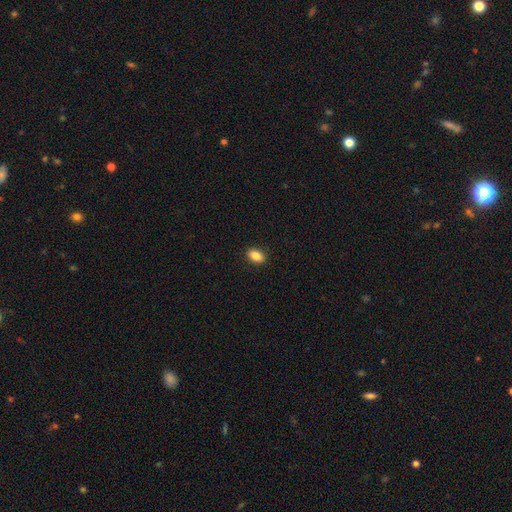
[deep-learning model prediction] A smooth galaxy with no disk features (86%) that is in between round and cigar-shaped (87%). Merging: none (90%).